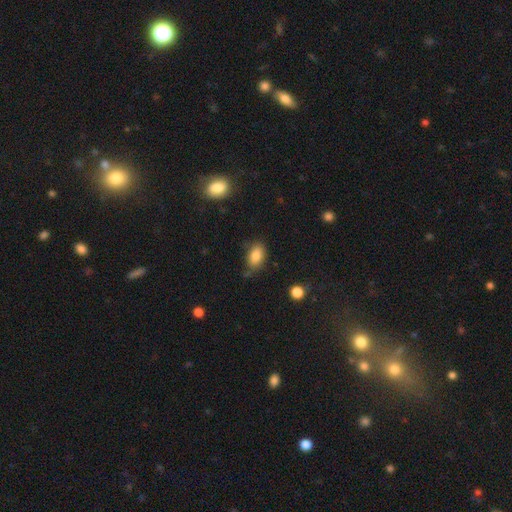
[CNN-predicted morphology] Smooth or featured?
  - smooth: 84% *
  - star or artifact: 9%
  - featured or disk: 8%
How rounded?
  - in between: 89% *
  - round: 8%
  - cigar-shaped: 2%
Merging?
  - none: 70% *
  - minor disturbance: 21%
  - major disturbance: 5%
  - merger: 4%